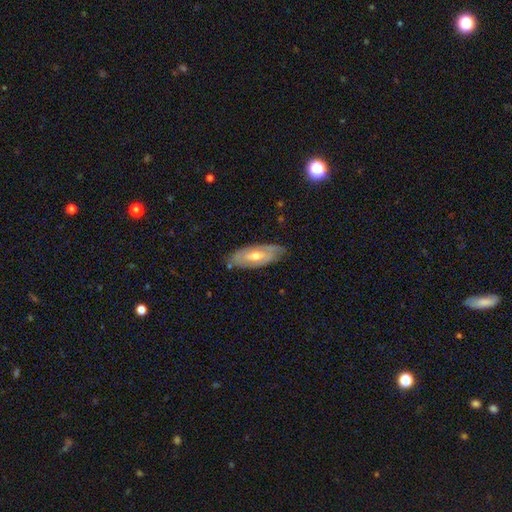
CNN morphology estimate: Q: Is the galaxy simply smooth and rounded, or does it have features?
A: featured or disk — 63%.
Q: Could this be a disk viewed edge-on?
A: no — 80%.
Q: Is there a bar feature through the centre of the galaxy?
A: no — 52%.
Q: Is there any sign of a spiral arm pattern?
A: yes — 62%.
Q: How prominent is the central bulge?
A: moderate — 65%.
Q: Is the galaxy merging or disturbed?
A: none — 75%.